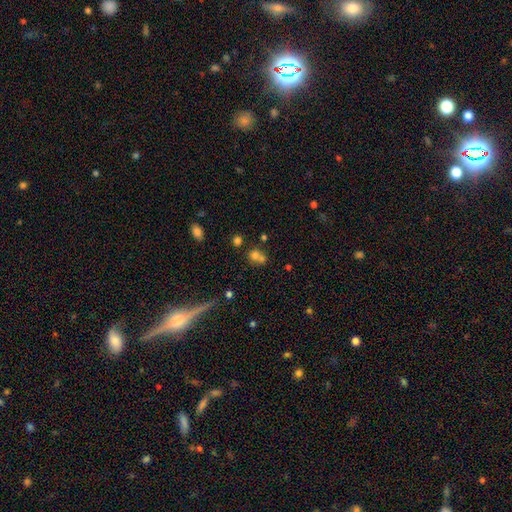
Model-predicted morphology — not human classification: This appears to be a smooth galaxy with no disk features (70%) that is round (79%). Merging: merger (50%).